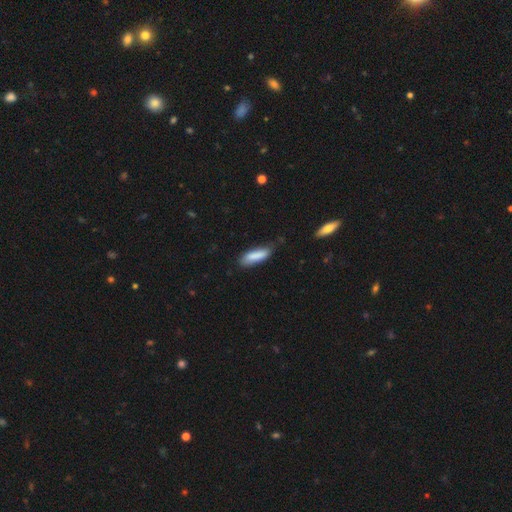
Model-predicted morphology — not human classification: A smooth galaxy with no disk features (85%) that is cigar-shaped (55%).

Vote fractions:
- Smooth or featured? smooth: 85% / featured or disk: 8% / star or artifact: 6%
- How rounded? cigar-shaped: 55% / in between: 43% / round: 1%
- Merging? none: 70% / minor disturbance: 24% / major disturbance: 4% / merger: 2%